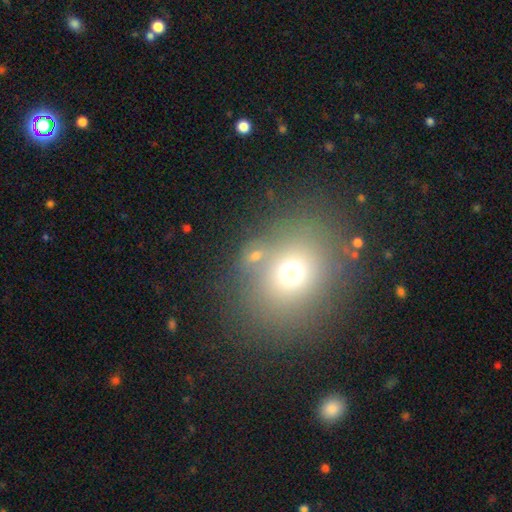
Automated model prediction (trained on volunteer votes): Smooth or featured? smooth (66%)
How rounded? round (62%)
Merging? none (61%)